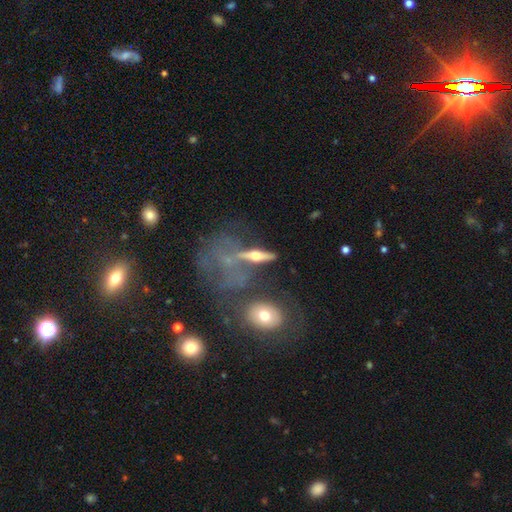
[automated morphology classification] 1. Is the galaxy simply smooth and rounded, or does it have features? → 63% featured or disk, 28% smooth, 9% star or artifact.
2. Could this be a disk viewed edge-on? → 79% yes, 21% no.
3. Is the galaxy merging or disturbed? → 48% none, 18% minor disturbance, 18% major disturbance, 16% merger.